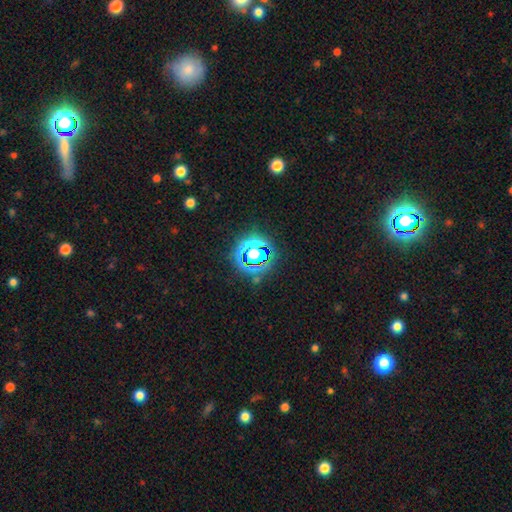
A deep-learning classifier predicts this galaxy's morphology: This is possibly a star or artifact rather than a galaxy (56%).